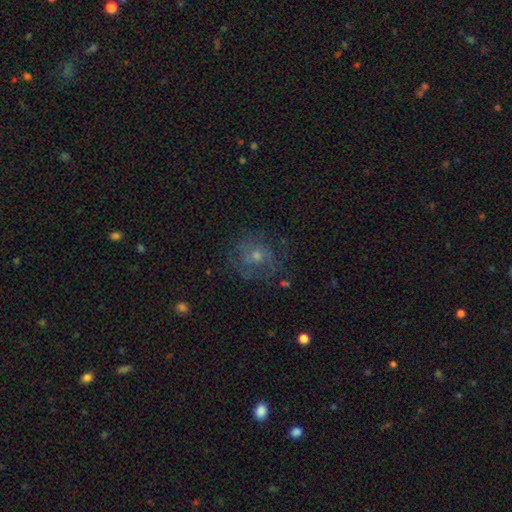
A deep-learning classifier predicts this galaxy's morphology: smooth-or-featured: featured or disk: 43% | smooth: 40% | star or artifact: 16%
  merging: none: 64% | minor disturbance: 19% | major disturbance: 16% | merger: 2%